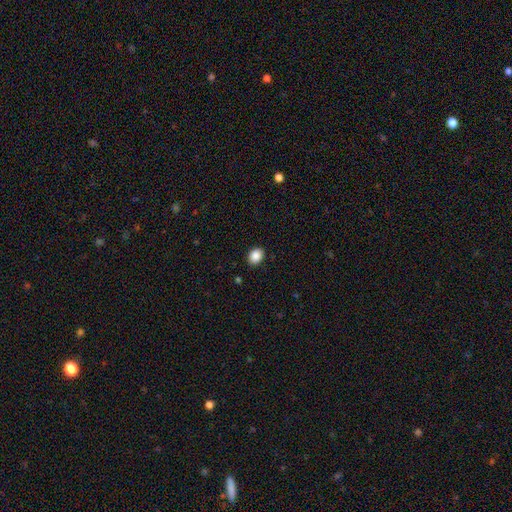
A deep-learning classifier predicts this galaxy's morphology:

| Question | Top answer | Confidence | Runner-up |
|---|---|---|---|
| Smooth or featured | smooth | 88% | star or artifact (9%) |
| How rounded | in between | 52% | round (47%) |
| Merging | none | 90% | minor disturbance (7%) |